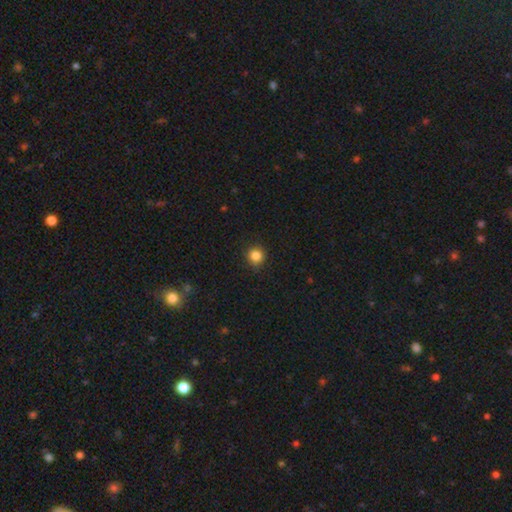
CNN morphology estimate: Smooth or featured?
  - smooth: 85% *
  - star or artifact: 11%
  - featured or disk: 4%
How rounded?
  - round: 93% *
  - in between: 6%
  - cigar-shaped: 1%
Merging?
  - none: 91% *
  - minor disturbance: 7%
  - major disturbance: 2%
  - merger: 1%